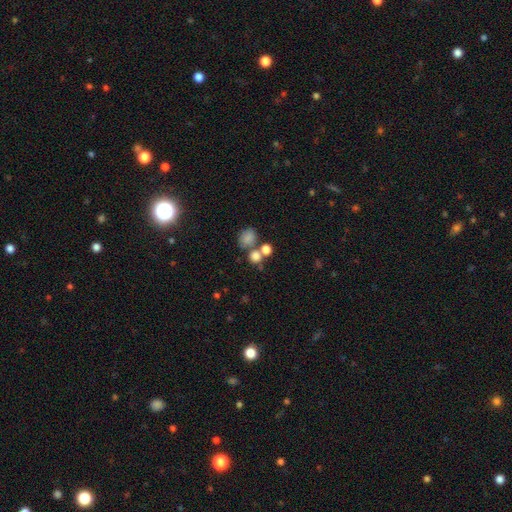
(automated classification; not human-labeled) A smooth galaxy with no disk features (77%) that is round (78%).

Vote fractions:
- Smooth or featured? smooth: 77% / star or artifact: 14% / featured or disk: 10%
- How rounded? round: 78% / in between: 20% / cigar-shaped: 1%
- Merging? none: 47% / merger: 40% / minor disturbance: 8% / major disturbance: 5%